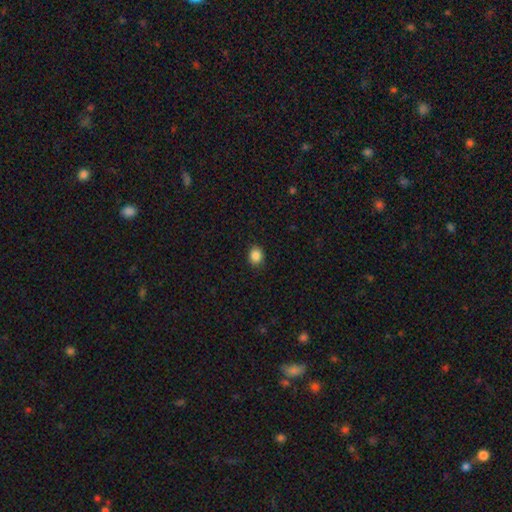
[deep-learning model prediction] Smooth or featured?
  - smooth: 87% *
  - star or artifact: 10%
  - featured or disk: 3%
How rounded?
  - round: 63% *
  - in between: 36%
  - cigar-shaped: 1%
Merging?
  - none: 87% *
  - minor disturbance: 9%
  - major disturbance: 2%
  - merger: 1%